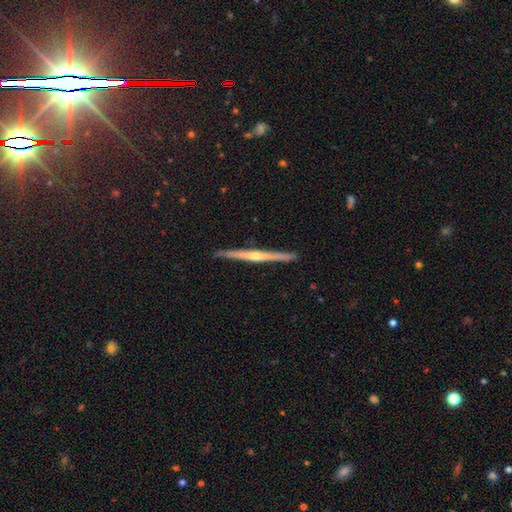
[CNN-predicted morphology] featured or disk 79%, smooth 16%, star or artifact 5%. Down the decision tree: edge-on disk — yes (98%); edge-on bulge — rounded (77%); merging — none (92%).